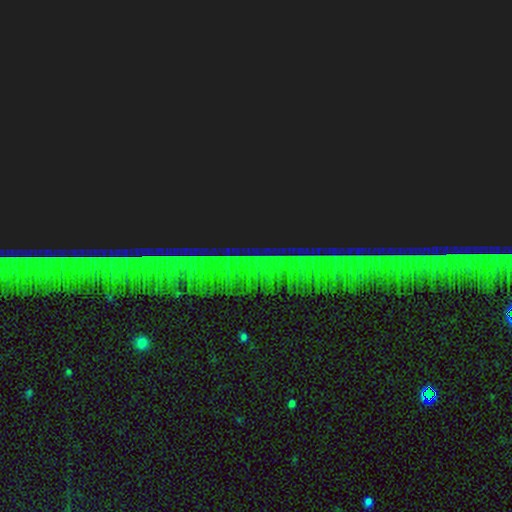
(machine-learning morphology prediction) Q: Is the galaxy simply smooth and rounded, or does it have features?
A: star or artifact — 86%.